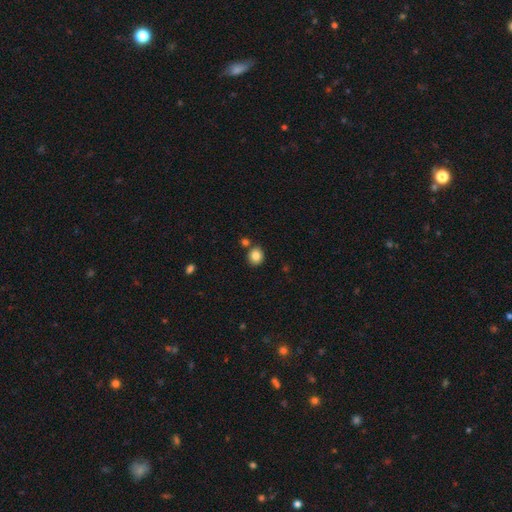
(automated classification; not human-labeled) A smooth galaxy with no disk features (85%) that is round (81%). Merging: none (77%).